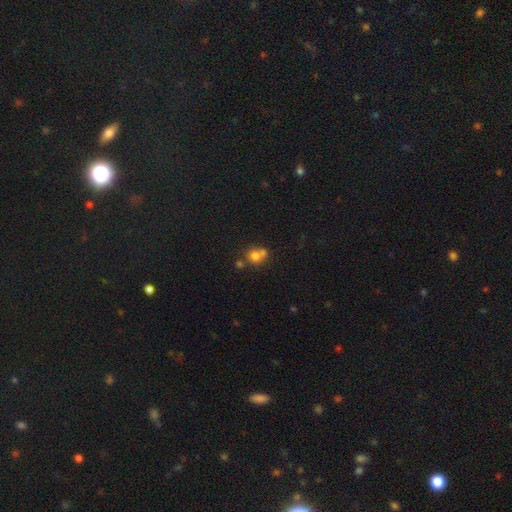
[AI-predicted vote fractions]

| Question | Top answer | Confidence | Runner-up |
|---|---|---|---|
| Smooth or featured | smooth | 73% | featured or disk (14%) |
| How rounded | round | 79% | in between (20%) |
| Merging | merger | 45% | none (40%) |